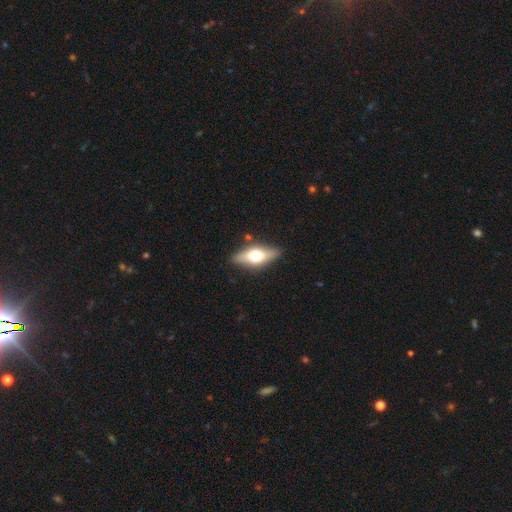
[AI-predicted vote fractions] Overall: featured or disk (49%; smooth 44%). Merging: none (84%).